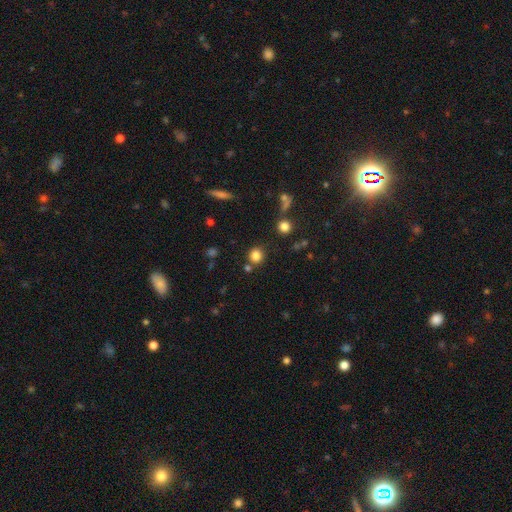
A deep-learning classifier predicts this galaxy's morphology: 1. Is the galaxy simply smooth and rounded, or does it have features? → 82% smooth, 13% star or artifact, 5% featured or disk.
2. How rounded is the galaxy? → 88% round, 11% in between, 1% cigar-shaped.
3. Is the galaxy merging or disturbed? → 80% none, 8% minor disturbance, 8% merger, 3% major disturbance.